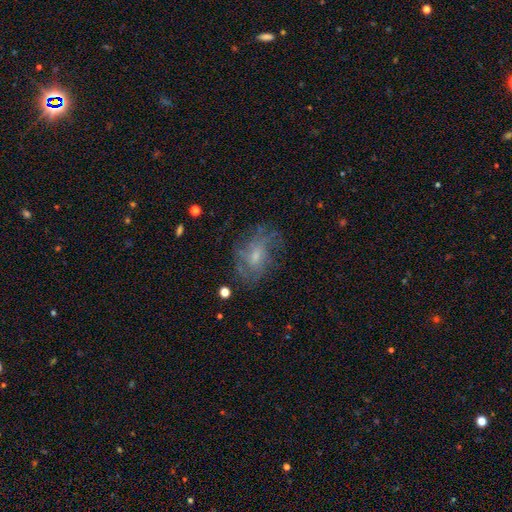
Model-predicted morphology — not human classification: featured or disk 59%, smooth 29%, star or artifact 11%. Down the decision tree: edge-on disk — no (96%); bar — no (66%); spiral arms — yes (67%); bulge size — small (54%); merging — none (58%).